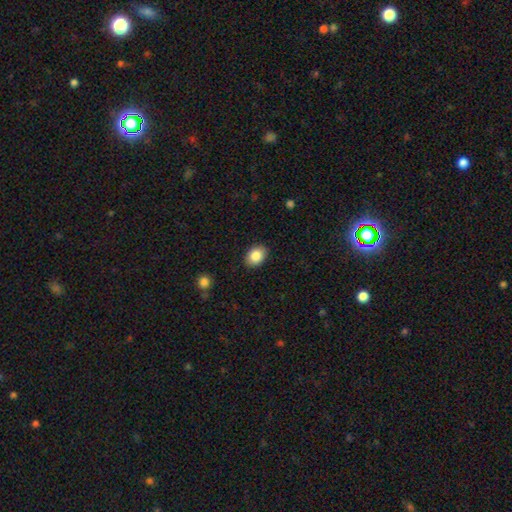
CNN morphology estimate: smooth 86%, star or artifact 8%, featured or disk 6%. Down the decision tree: how rounded — in between (68%); merging — none (89%).